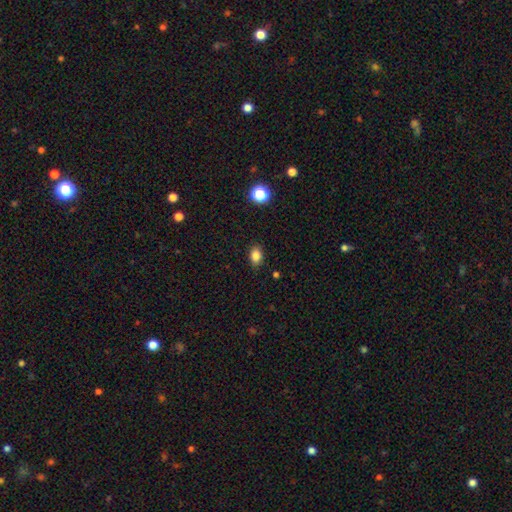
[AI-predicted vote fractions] Smooth or featured?
  - smooth: 84% *
  - star or artifact: 11%
  - featured or disk: 5%
How rounded?
  - in between: 77% *
  - round: 21%
  - cigar-shaped: 1%
Merging?
  - none: 85% *
  - minor disturbance: 11%
  - major disturbance: 3%
  - merger: 1%